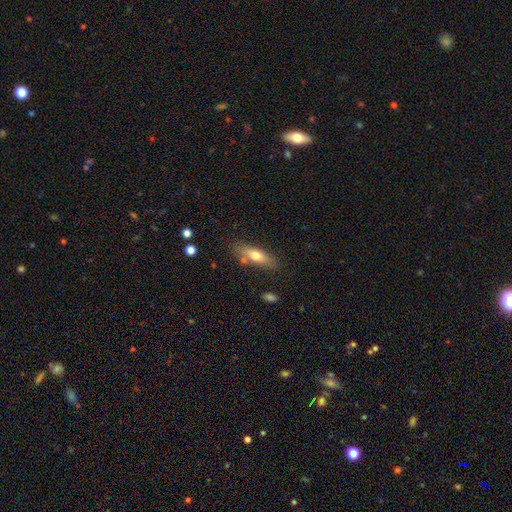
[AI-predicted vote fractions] A smooth galaxy with no disk features (65%) that is cigar-shaped (50%).

Vote fractions:
- Smooth or featured? smooth: 65% / featured or disk: 29% / star or artifact: 7%
- How rounded? cigar-shaped: 50% / in between: 47% / round: 3%
- Merging? none: 77% / minor disturbance: 14% / merger: 6% / major disturbance: 3%